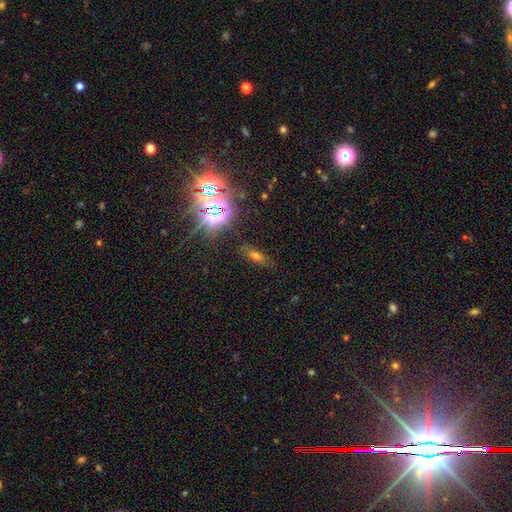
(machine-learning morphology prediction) smooth 50%, star or artifact 33%, featured or disk 17%. Down the decision tree: how rounded — in between (60%); merging — none (79%).